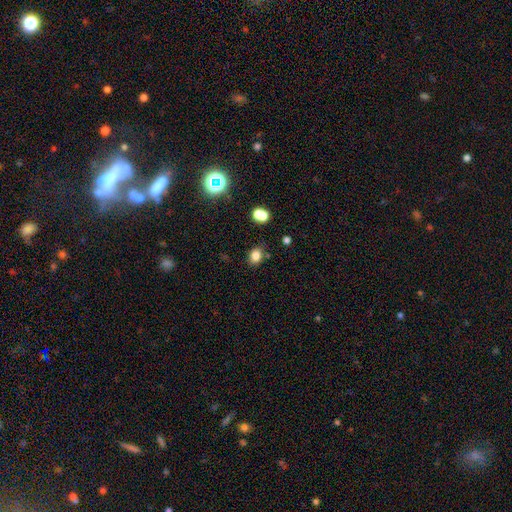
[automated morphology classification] type=smooth (80%); roundness=in between (50%); merging=none (78%).